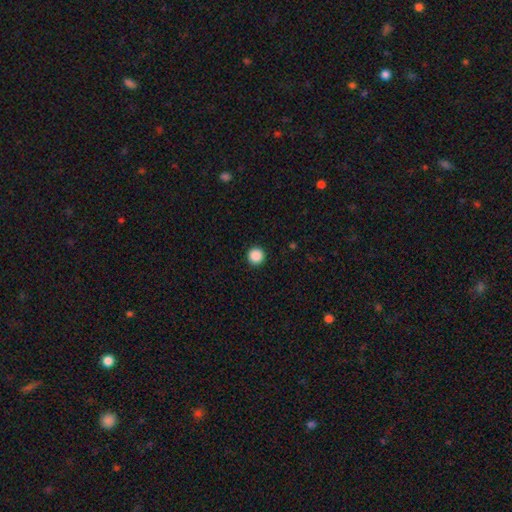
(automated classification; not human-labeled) This is clearly a smooth galaxy (88%). How rounded: clearly round (97%). Merging: clearly none (94%).